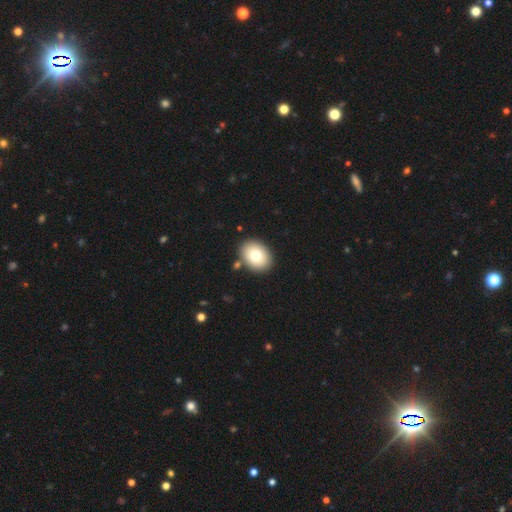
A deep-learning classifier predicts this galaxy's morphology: Smooth or featured: smooth — 76% (featured or disk — 15%)
How rounded: in between — 61% (round — 38%)
Merging: none — 86% (minor disturbance — 8%)